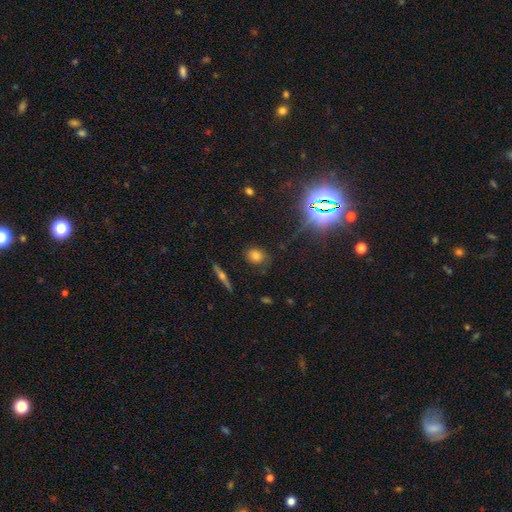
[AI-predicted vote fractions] Morphology: type=smooth (67%); roundness=round (63%); merging=none (78%).